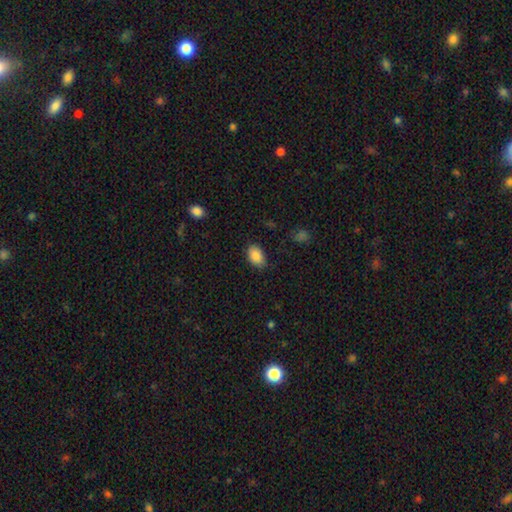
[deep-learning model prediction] Smooth or featured? smooth (88%)
How rounded? in between (86%)
Merging? none (81%)